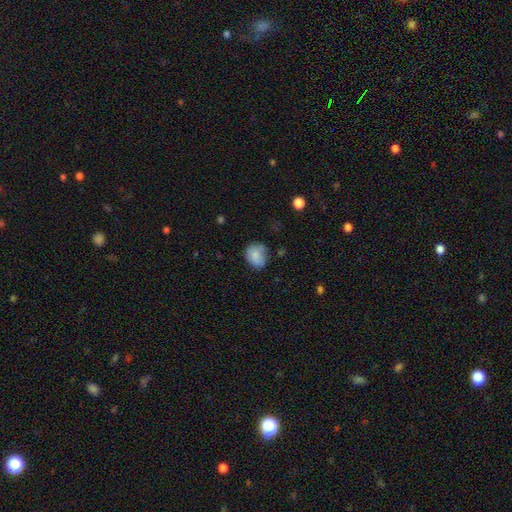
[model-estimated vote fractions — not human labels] A smooth galaxy with no disk features (81%) that is in between round and cigar-shaped (50%). Merging: none (59%).